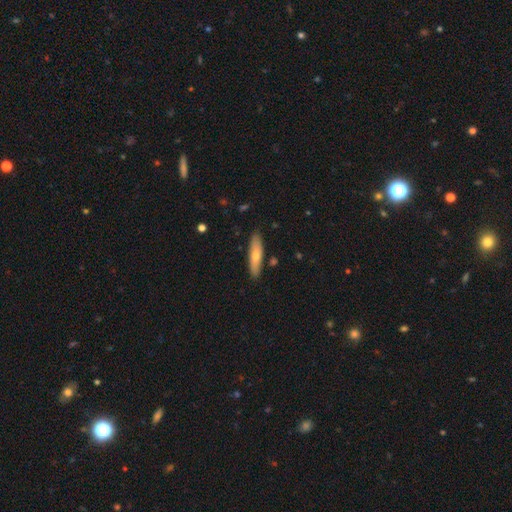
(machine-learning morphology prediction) Smooth or featured?
  - smooth: 69% *
  - featured or disk: 26%
  - star or artifact: 6%
How rounded?
  - cigar-shaped: 72% *
  - in between: 27%
  - round: 2%
Merging?
  - none: 85% *
  - minor disturbance: 11%
  - merger: 2%
  - major disturbance: 2%